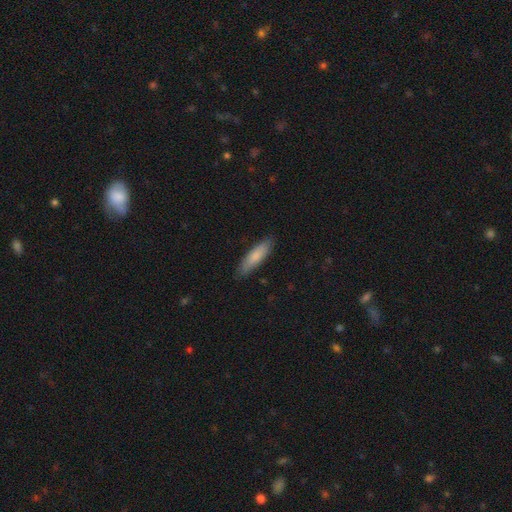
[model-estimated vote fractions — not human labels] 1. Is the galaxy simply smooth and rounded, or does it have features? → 80% smooth, 15% featured or disk, 5% star or artifact.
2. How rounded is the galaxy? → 63% cigar-shaped, 35% in between, 1% round.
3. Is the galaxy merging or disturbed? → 85% none, 12% minor disturbance, 2% major disturbance, 1% merger.